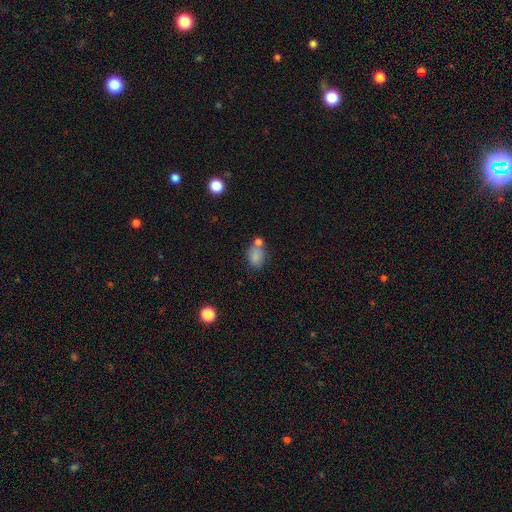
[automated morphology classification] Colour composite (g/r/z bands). It shows a smooth galaxy with no disk features (78%) that is in between round and cigar-shaped (74%). Merging: none (49%).